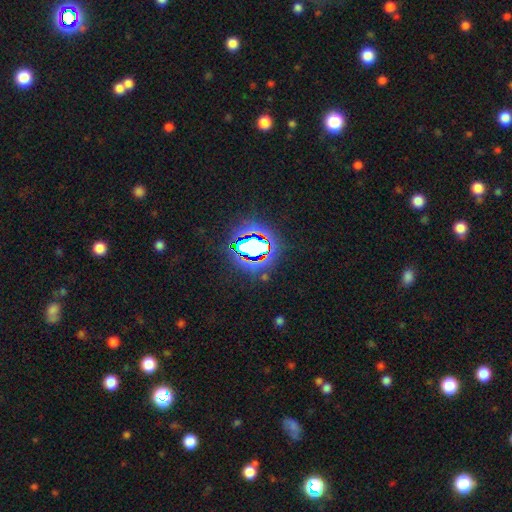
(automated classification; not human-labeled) The model was most divided on "smooth or featured": star or artifact: 82%, smooth: 11%, featured or disk: 7%.